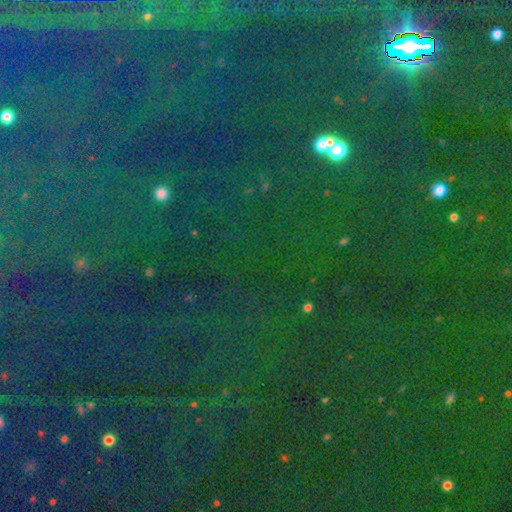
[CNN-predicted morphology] Smooth or featured: star or artifact — 81% (smooth — 12%)